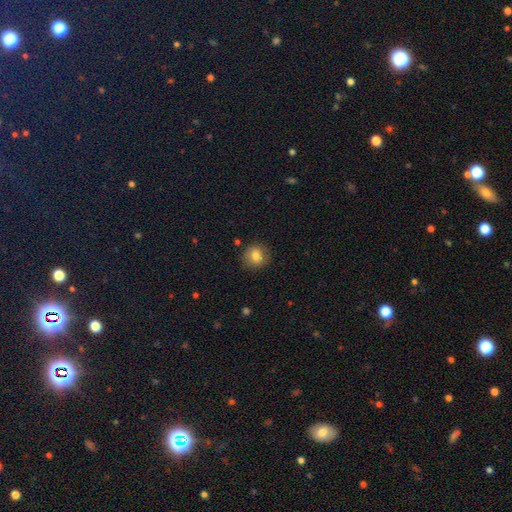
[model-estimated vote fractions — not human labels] smooth-or-featured: smooth: 80% | featured or disk: 10% | star or artifact: 10%
  how-rounded: round: 87% | in between: 12% | cigar-shaped: 1%
  merging: none: 87% | minor disturbance: 10% | major disturbance: 3% | merger: 1%